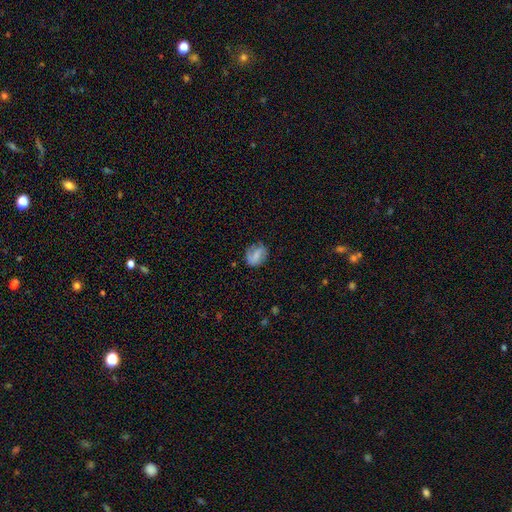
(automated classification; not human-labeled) smooth 46%, featured or disk 43%, star or artifact 10%. Down the decision tree: merging — none (68%).